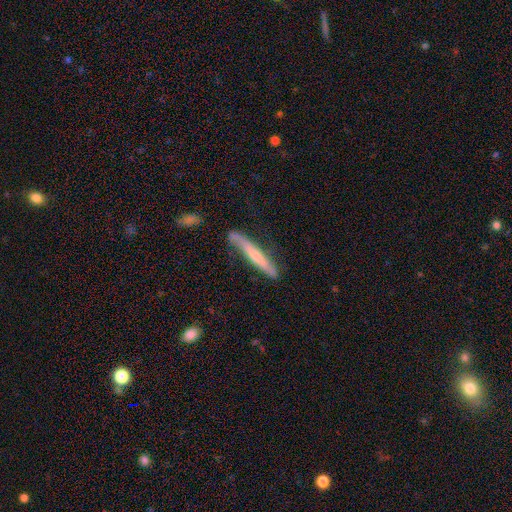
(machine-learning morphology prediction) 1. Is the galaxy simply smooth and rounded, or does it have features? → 48% featured or disk, 47% smooth, 5% star or artifact.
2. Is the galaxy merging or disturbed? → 71% none, 21% minor disturbance, 5% major disturbance, 3% merger.